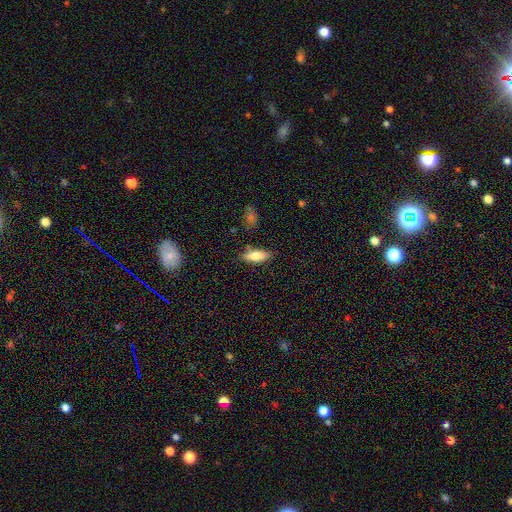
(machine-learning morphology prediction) This is likely a smooth galaxy (76%). How rounded: likely in between (68%). Merging: likely none (80%).